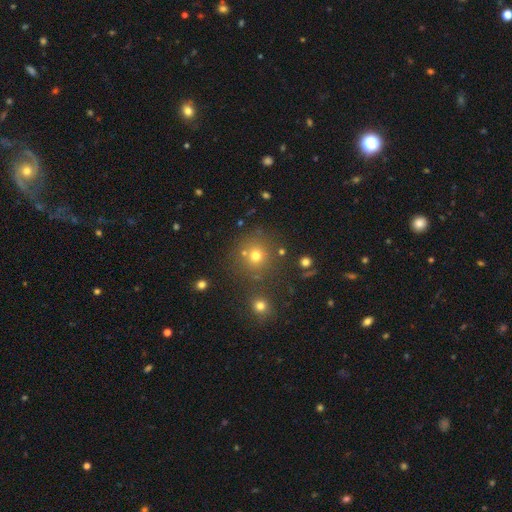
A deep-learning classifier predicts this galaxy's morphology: A smooth galaxy with no disk features (71%) that is round (91%). Merging: none (76%).